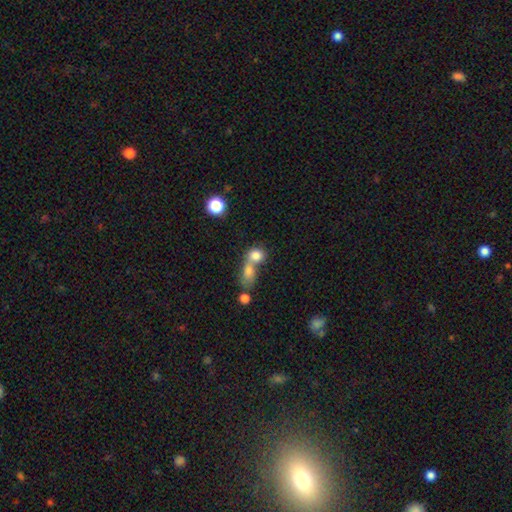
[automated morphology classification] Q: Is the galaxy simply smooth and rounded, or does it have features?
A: smooth — 79%.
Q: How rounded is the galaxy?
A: round — 61%.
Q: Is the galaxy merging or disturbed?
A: merger — 62%.